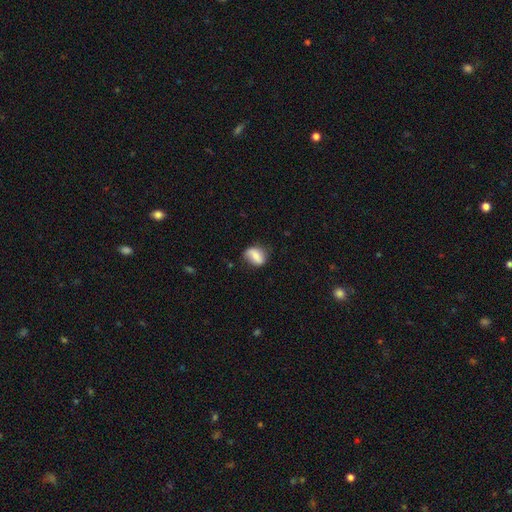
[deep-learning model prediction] Smooth or featured? Predicted: smooth (p=0.66). How rounded? Predicted: in between (p=0.67). Merging? Predicted: none (p=0.62).